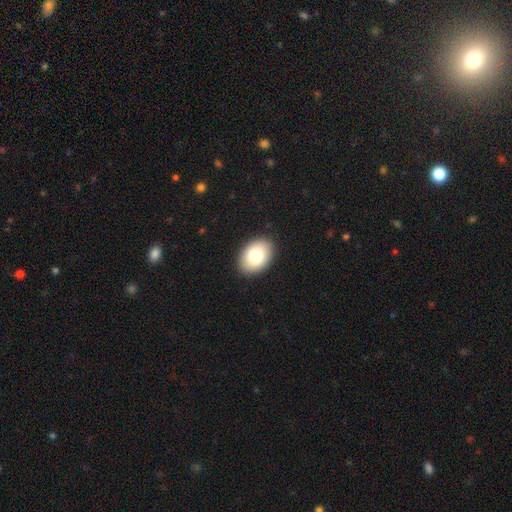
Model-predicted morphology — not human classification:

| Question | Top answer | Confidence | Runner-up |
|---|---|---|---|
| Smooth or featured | smooth | 80% | featured or disk (12%) |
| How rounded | in between | 82% | round (17%) |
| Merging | none | 91% | minor disturbance (7%) |